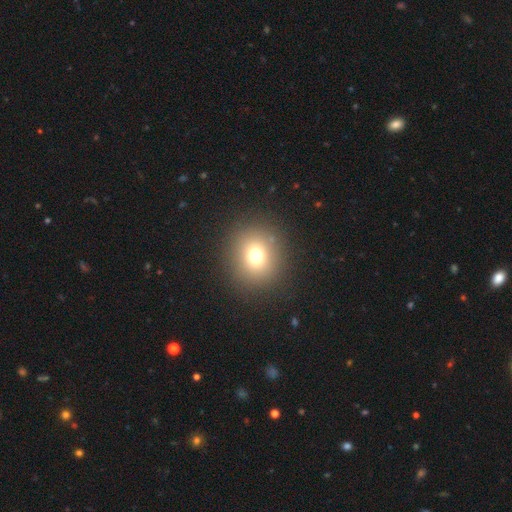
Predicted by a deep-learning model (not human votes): The model was most divided on "smooth or featured": smooth: 73%, star or artifact: 17%, featured or disk: 10%. More confident: merging — none (88%); how rounded — round (86%).